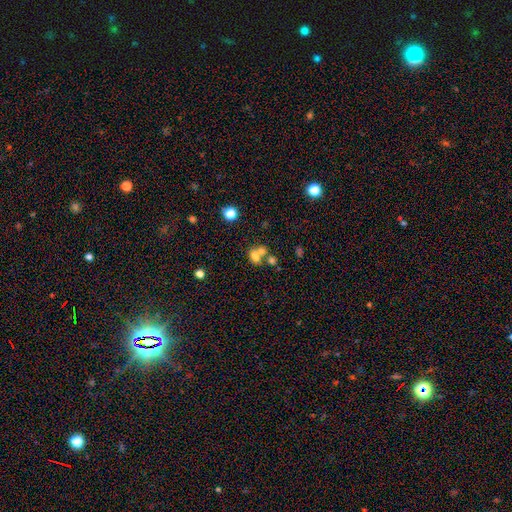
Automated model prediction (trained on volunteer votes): A smooth galaxy with no disk features (69%) that is in between round and cigar-shaped (58%).

Vote fractions:
- Smooth or featured? smooth: 69% / featured or disk: 16% / star or artifact: 15%
- How rounded? in between: 58% / round: 41% / cigar-shaped: 2%
- Merging? merger: 53% / none: 34% / minor disturbance: 8% / major disturbance: 5%